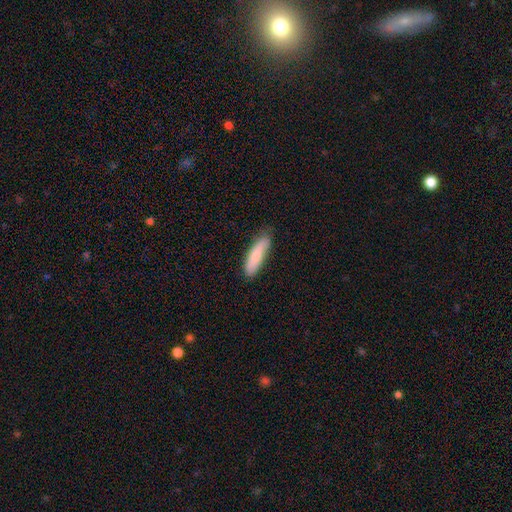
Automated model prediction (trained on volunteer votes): Q: Smooth or featured?
A: smooth (78%); runner-up: featured or disk (16%)
Q: How rounded?
A: cigar-shaped (67%); runner-up: in between (31%)
Q: Merging?
A: none (76%); runner-up: minor disturbance (19%)